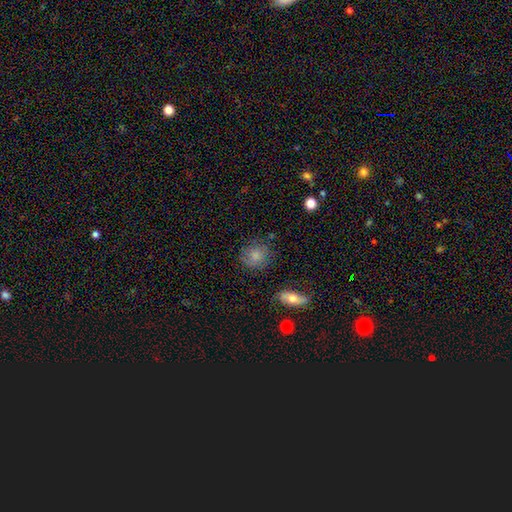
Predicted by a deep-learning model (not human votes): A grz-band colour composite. It shows a smooth galaxy with no disk features (77%) that is round (75%). Merging: none (74%).